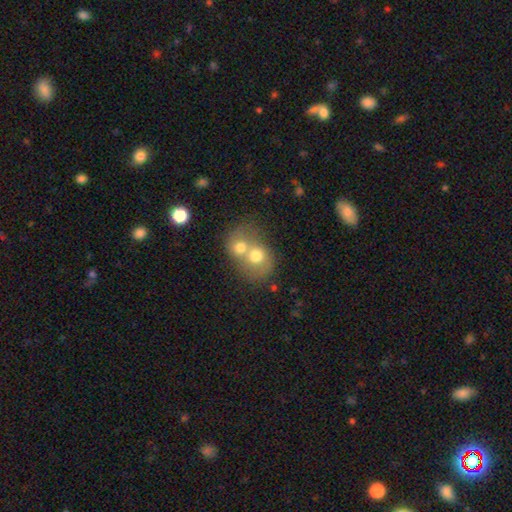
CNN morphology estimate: Smooth or featured: smooth — 65% (featured or disk — 26%)
How rounded: round — 61% (in between — 38%)
Merging: merger — 74% (none — 16%)